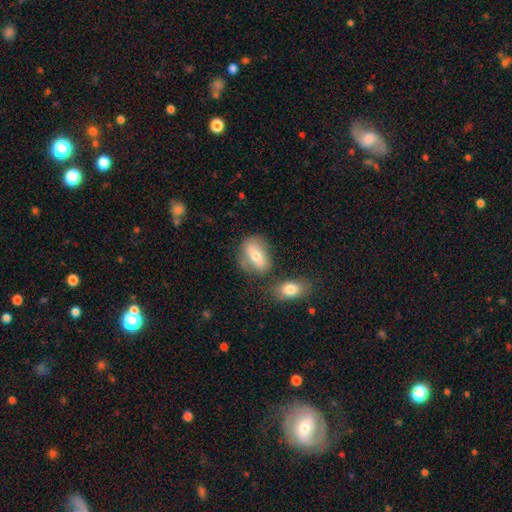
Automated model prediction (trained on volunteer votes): Overall: smooth (54%; featured or disk 38%). How rounded: in between (76%). Merging: none (63%).